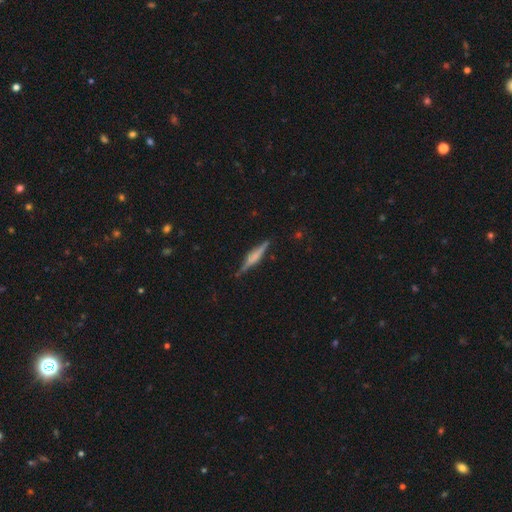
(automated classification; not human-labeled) Overall: featured or disk (65%; smooth 28%). Edge-on disk: yes (97%). Edge-on bulge: rounded (50%; boxy 36%). Merging: none (84%).